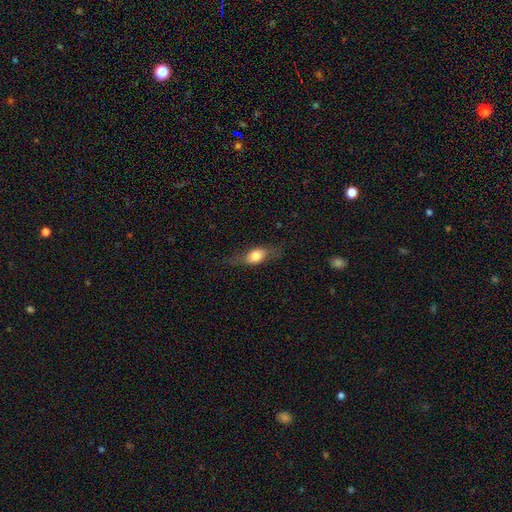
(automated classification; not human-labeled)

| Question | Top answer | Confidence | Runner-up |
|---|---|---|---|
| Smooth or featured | smooth | 62% | featured or disk (30%) |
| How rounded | in between | 69% | cigar-shaped (19%) |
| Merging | none | 69% | minor disturbance (20%) |